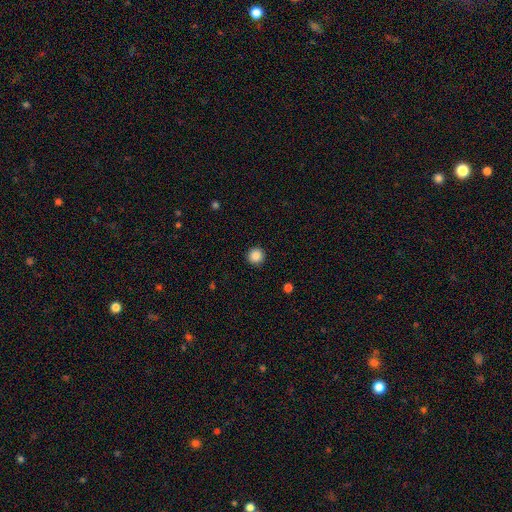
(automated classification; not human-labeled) A smooth galaxy with no disk features (87%) that is round (95%).

Vote fractions:
- Smooth or featured? smooth: 87% / star or artifact: 10% / featured or disk: 3%
- How rounded? round: 95% / in between: 4% / cigar-shaped: 1%
- Merging? none: 92% / minor disturbance: 5% / major disturbance: 2% / merger: 1%